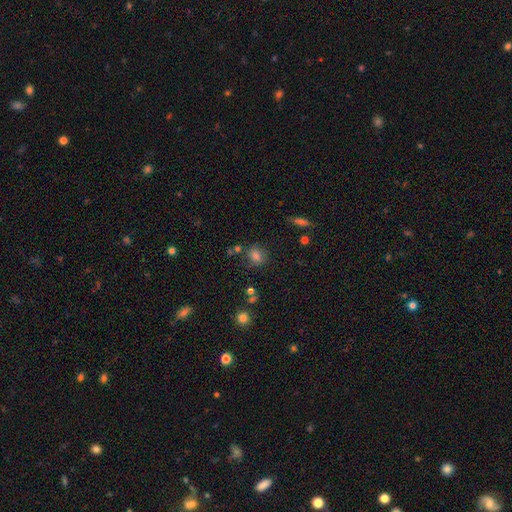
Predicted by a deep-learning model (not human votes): A smooth galaxy with no disk features (78%) that is round (49%, tied with in between). Merging: none (76%).